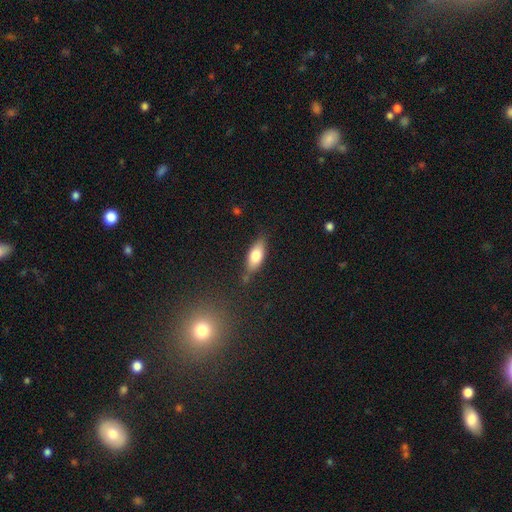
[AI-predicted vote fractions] smooth 75%, featured or disk 19%, star or artifact 7%. Down the decision tree: how rounded — in between (75%); merging — none (75%).